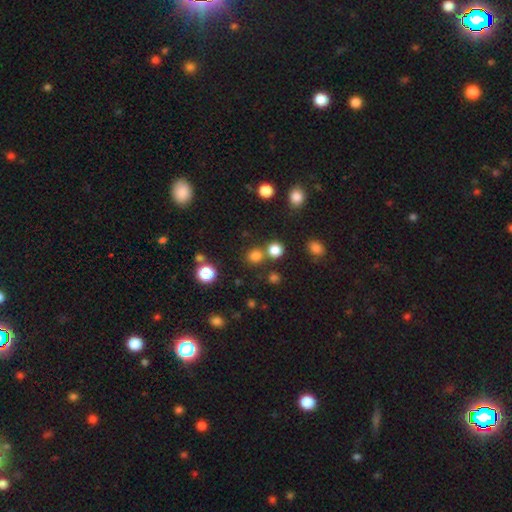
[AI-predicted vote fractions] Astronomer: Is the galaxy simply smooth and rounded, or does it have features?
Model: smooth — 77%.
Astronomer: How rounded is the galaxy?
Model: round — 88%.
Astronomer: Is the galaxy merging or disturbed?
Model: none — 72%.